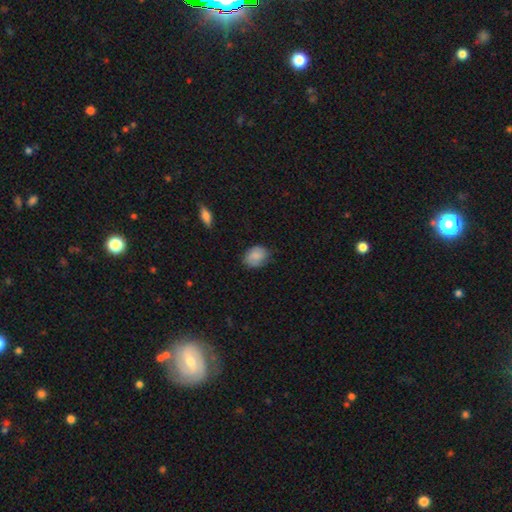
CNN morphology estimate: Smooth or featured? Predicted: smooth (p=0.83). How rounded? Predicted: in between (p=0.64). Merging? Predicted: none (p=0.69).